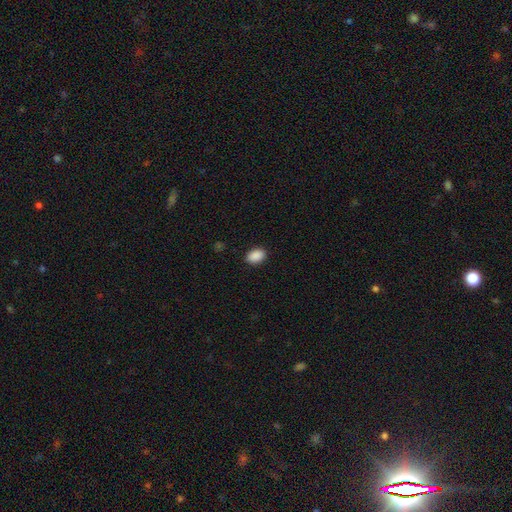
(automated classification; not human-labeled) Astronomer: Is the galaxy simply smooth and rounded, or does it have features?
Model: smooth — 90%.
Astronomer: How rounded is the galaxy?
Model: in between — 81%.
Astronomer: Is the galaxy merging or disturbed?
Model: none — 89%.